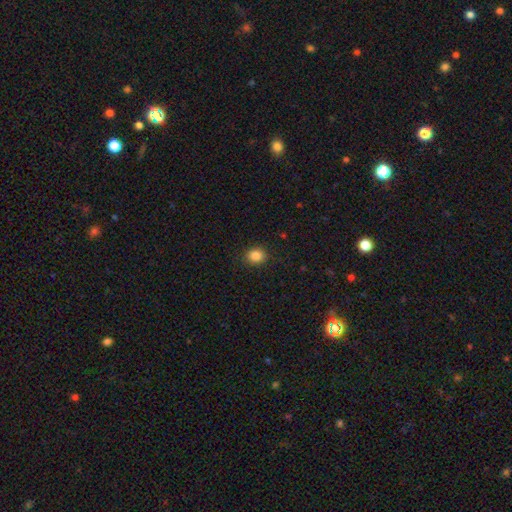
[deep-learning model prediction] This appears to be a smooth galaxy with no disk features (85%) that is round (72%). Merging: none (89%).